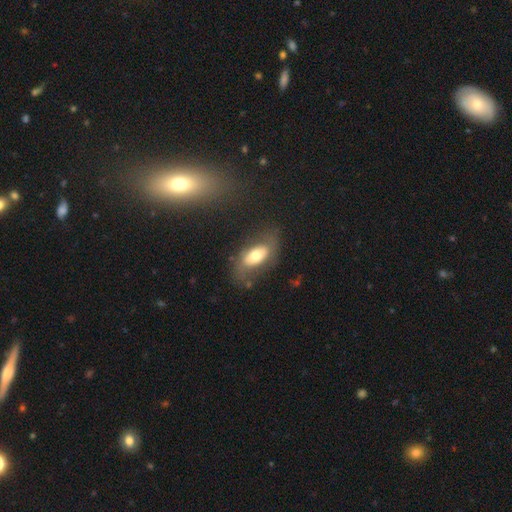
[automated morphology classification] This appears to be a smooth galaxy with no disk features (56%) that is in between round and cigar-shaped (87%). Merging: none (64%).